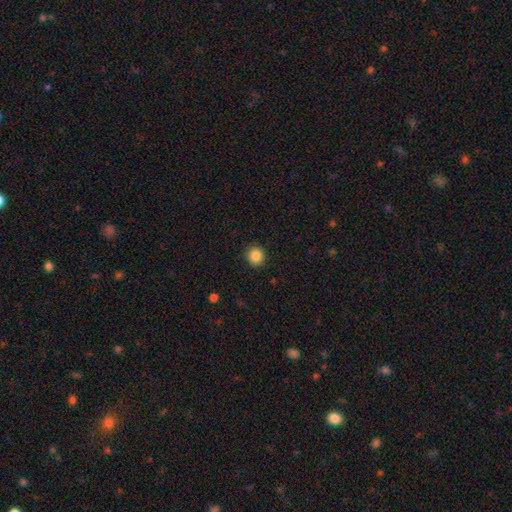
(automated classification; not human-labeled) Smooth or featured?
  - smooth: 86% *
  - star or artifact: 10%
  - featured or disk: 5%
How rounded?
  - round: 88% *
  - in between: 11%
  - cigar-shaped: 1%
Merging?
  - none: 91% *
  - minor disturbance: 6%
  - major disturbance: 2%
  - merger: 1%